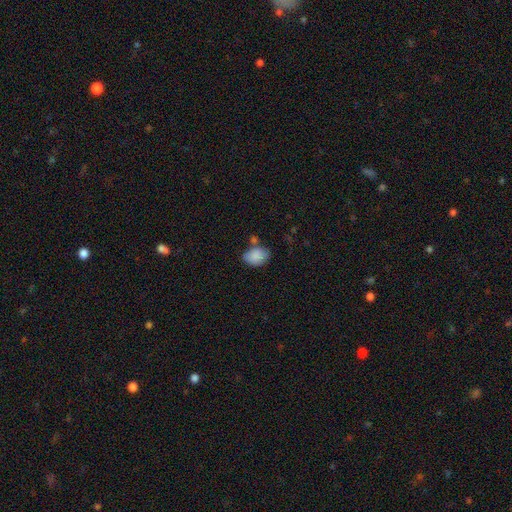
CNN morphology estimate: smooth 87%, star or artifact 7%, featured or disk 6%. Down the decision tree: how rounded — in between (77%); merging — none (56%).